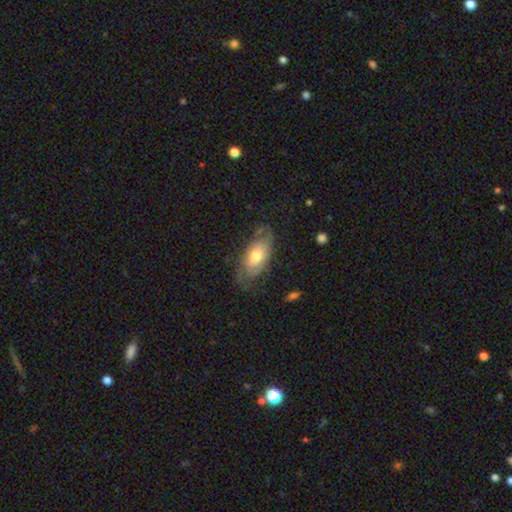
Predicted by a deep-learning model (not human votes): Smooth or featured? smooth (49%)
Merging? none (59%)